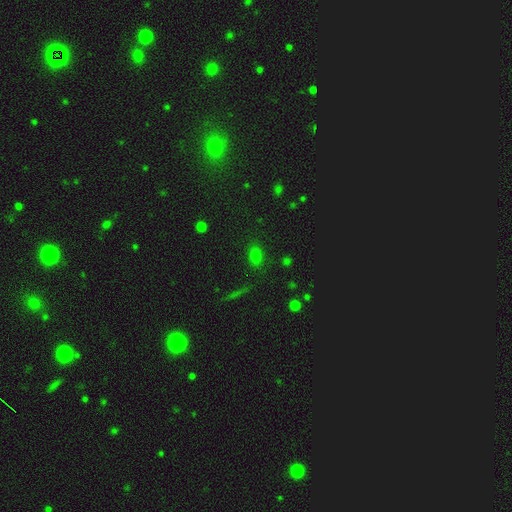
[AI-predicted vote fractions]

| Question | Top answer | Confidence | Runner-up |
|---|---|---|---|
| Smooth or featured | smooth | 74% | star or artifact (19%) |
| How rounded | in between | 67% | round (31%) |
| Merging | none | 84% | minor disturbance (11%) |